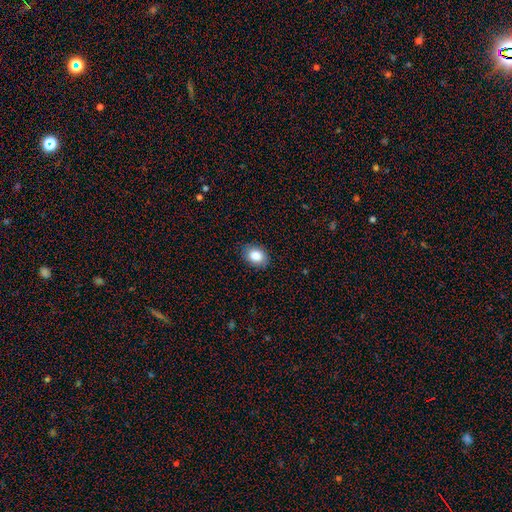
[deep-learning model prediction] Smooth or featured?
  - smooth: 86% *
  - star or artifact: 8%
  - featured or disk: 6%
How rounded?
  - in between: 64% *
  - round: 35%
  - cigar-shaped: 1%
Merging?
  - none: 87% *
  - minor disturbance: 10%
  - major disturbance: 2%
  - merger: 1%